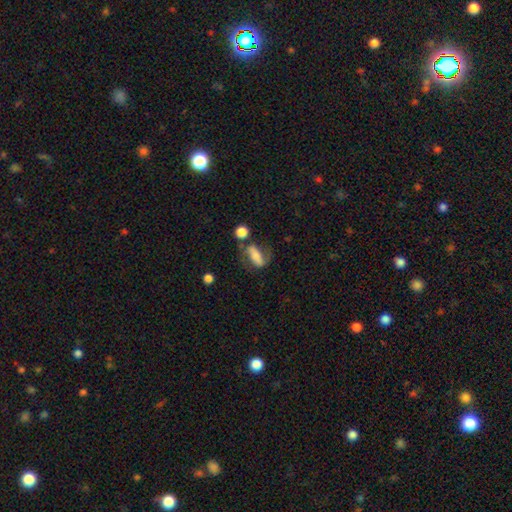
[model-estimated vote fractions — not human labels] A featured or disk galaxy (47%).

Vote fractions:
- Smooth or featured? featured or disk: 47% / smooth: 44% / star or artifact: 9%
- Merging? none: 52% / minor disturbance: 20% / major disturbance: 16% / merger: 12%